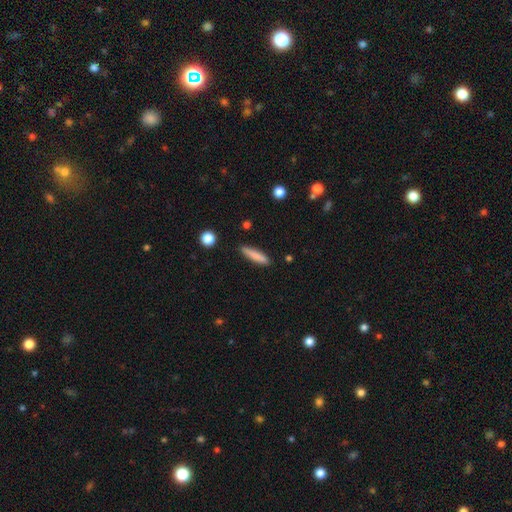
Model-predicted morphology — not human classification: smooth-or-featured: smooth: 81% | featured or disk: 13% | star or artifact: 6%
  how-rounded: cigar-shaped: 86% | in between: 13% | round: 2%
  merging: none: 87% | minor disturbance: 9% | major disturbance: 2% | merger: 2%